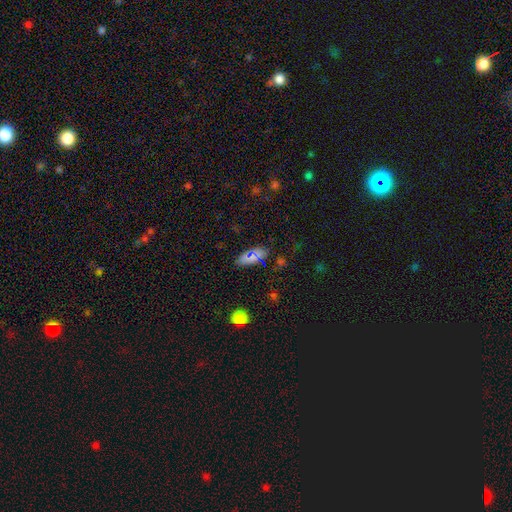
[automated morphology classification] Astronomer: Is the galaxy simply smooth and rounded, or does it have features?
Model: smooth — 67%.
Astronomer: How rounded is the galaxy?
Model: in between — 84%.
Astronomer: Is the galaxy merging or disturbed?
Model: none — 83%.